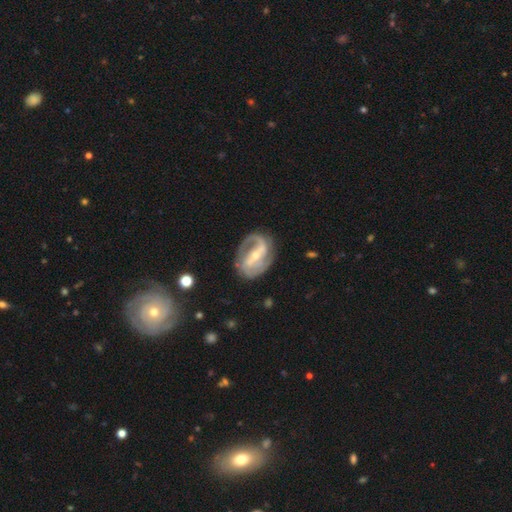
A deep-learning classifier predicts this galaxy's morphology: A featured or disk galaxy (89%) with a strong bar (53%), 2 (80%) medium (49%) spiral arms (95%) and a small central bulge (56%). Merging: none (73%).